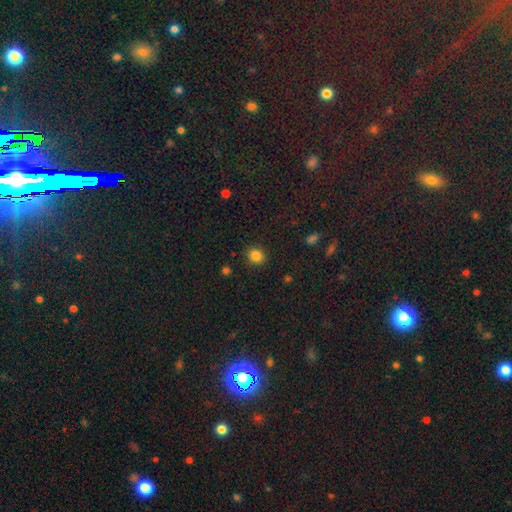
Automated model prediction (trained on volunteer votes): Smooth or featured? smooth (84%)
How rounded? round (70%)
Merging? none (88%)